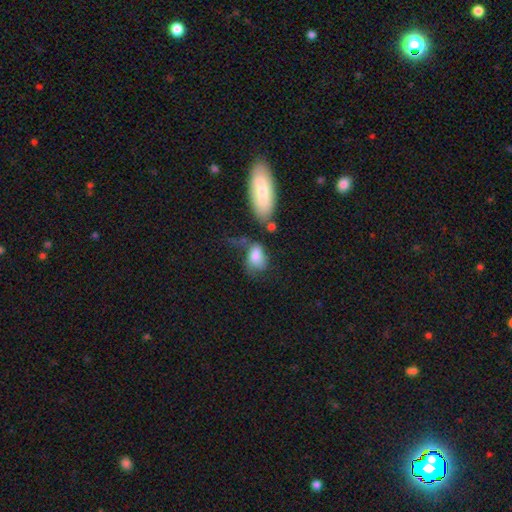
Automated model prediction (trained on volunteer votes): Smooth or featured? Predicted: smooth (p=0.74). How rounded? Predicted: in between (p=0.82). Merging? Predicted: major disturbance (p=0.30).